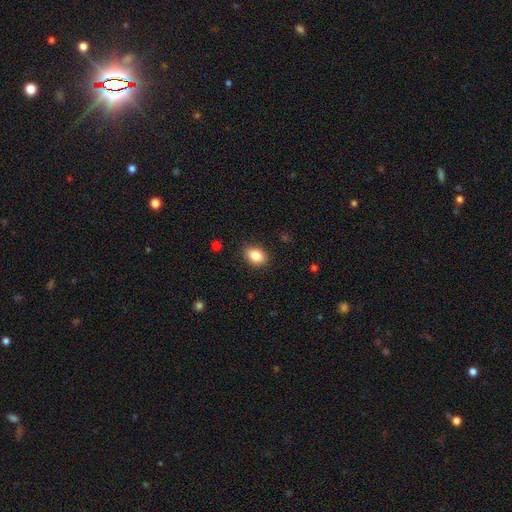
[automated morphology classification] This is clearly a smooth galaxy (86%). How rounded: likely in between (73%). Merging: clearly none (87%).